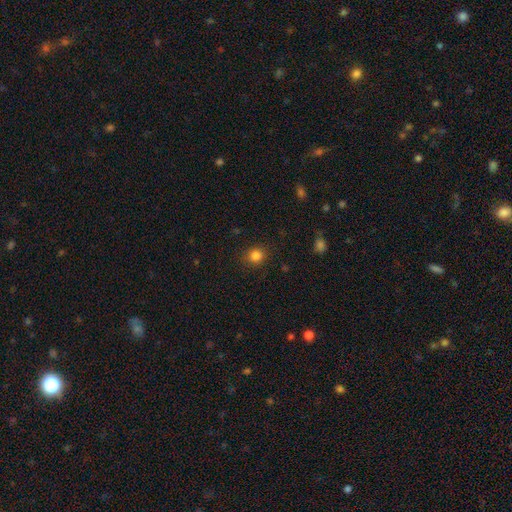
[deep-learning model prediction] Smooth or featured: smooth — 83% (star or artifact — 12%)
How rounded: round — 83% (in between — 16%)
Merging: none — 89% (minor disturbance — 8%)